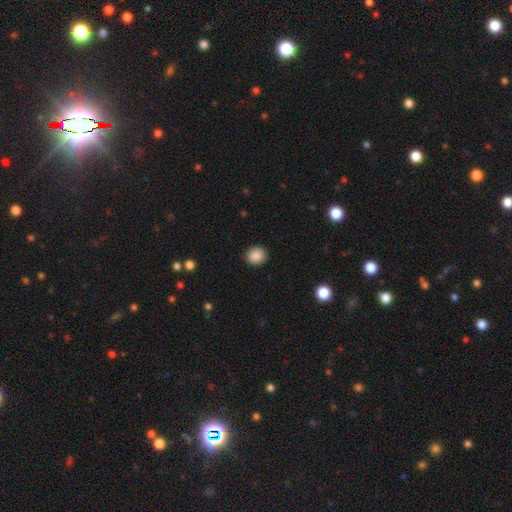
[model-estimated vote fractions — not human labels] Overall: smooth (88%). How rounded: round (78%). Merging: none (91%).